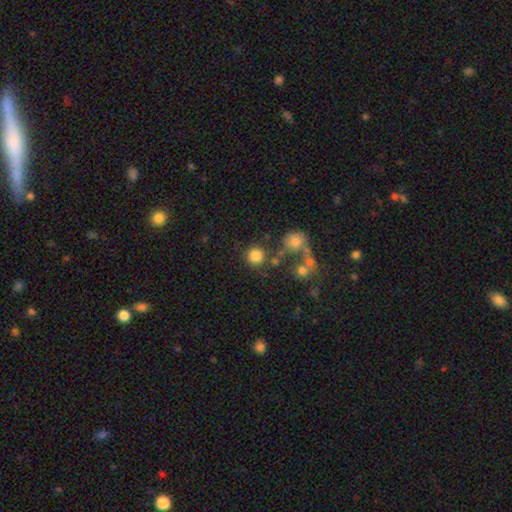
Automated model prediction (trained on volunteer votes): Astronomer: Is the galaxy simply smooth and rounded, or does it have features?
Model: smooth — 81%.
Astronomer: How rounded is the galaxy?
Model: round — 93%.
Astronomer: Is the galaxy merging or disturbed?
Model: none — 72%.